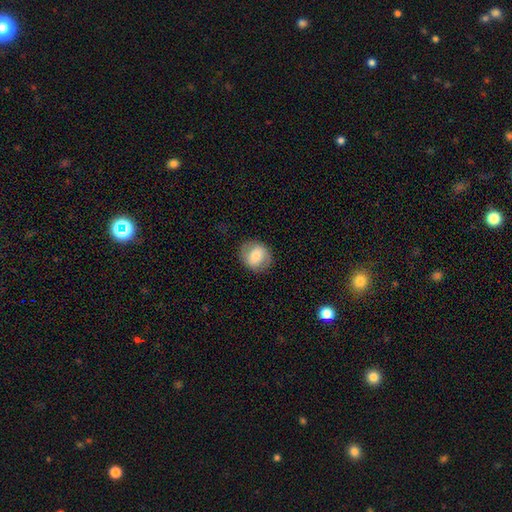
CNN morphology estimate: smooth 70%, featured or disk 22%, star or artifact 8%. Down the decision tree: how rounded — round (69%); merging — none (84%).